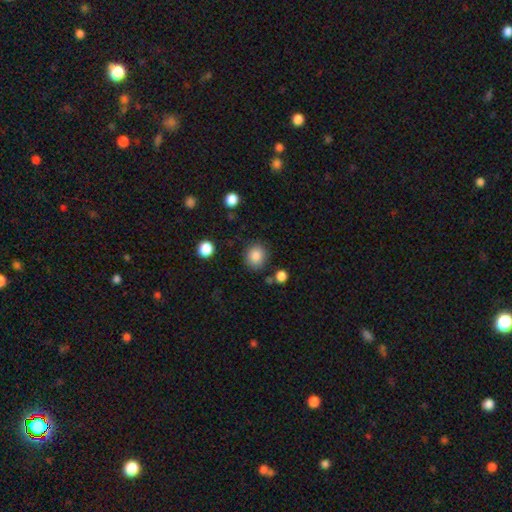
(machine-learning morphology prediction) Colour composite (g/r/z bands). It shows a smooth galaxy with no disk features (86%) that is round (80%). Merging: none (83%).